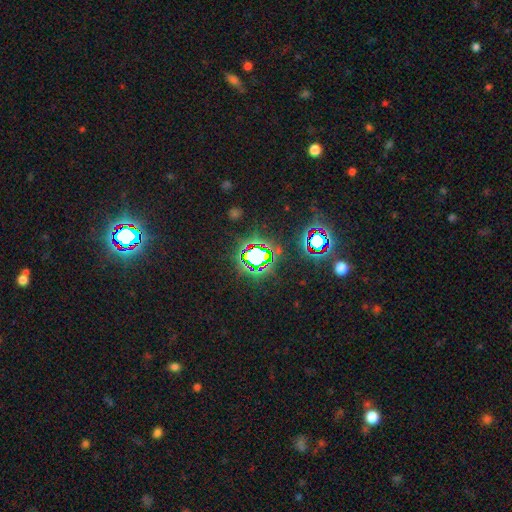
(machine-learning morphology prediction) smooth-or-featured: star or artifact: 67% | smooth: 21% | featured or disk: 12%